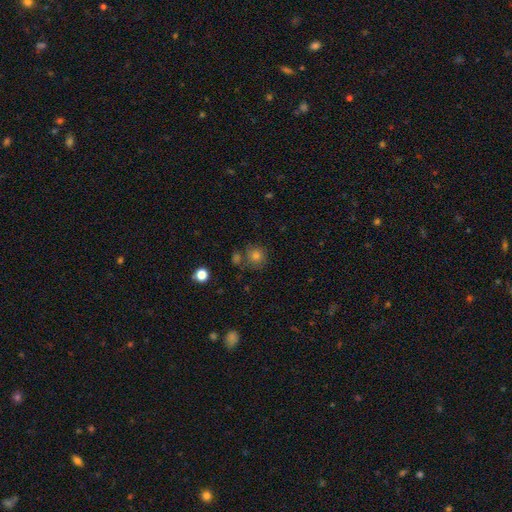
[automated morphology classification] Smooth or featured?
  - smooth: 76% *
  - star or artifact: 16%
  - featured or disk: 8%
How rounded?
  - round: 90% *
  - in between: 9%
  - cigar-shaped: 1%
Merging?
  - none: 72% *
  - merger: 13%
  - minor disturbance: 11%
  - major disturbance: 4%